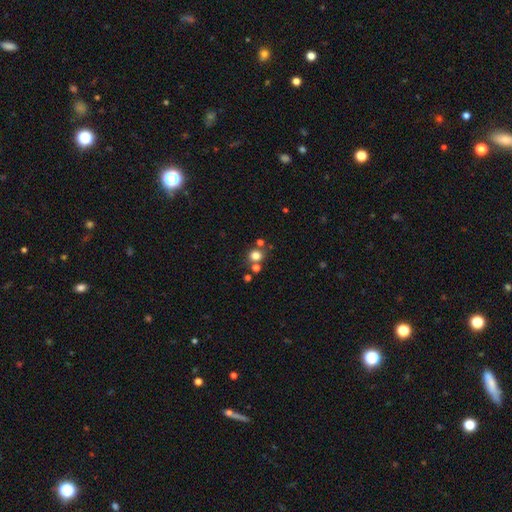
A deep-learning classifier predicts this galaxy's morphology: smooth-or-featured: smooth: 77% | star or artifact: 16% | featured or disk: 7%
  how-rounded: round: 83% | in between: 16% | cigar-shaped: 1%
  merging: none: 69% | merger: 18% | minor disturbance: 9% | major disturbance: 4%